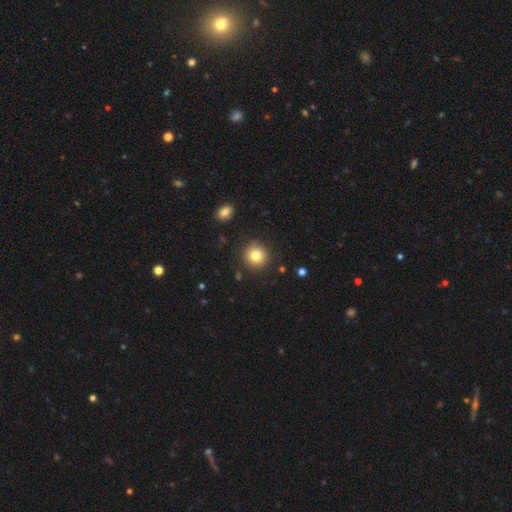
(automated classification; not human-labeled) smooth-or-featured: smooth: 80% | star or artifact: 11% | featured or disk: 9%
  how-rounded: round: 92% | in between: 7% | cigar-shaped: 1%
  merging: none: 90% | minor disturbance: 7% | major disturbance: 2% | merger: 2%